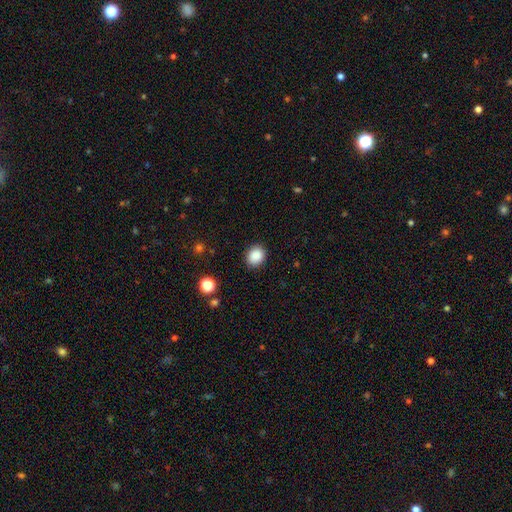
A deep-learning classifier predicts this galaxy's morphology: A smooth galaxy with no disk features (88%) that is round (66%). Merging: none (89%).